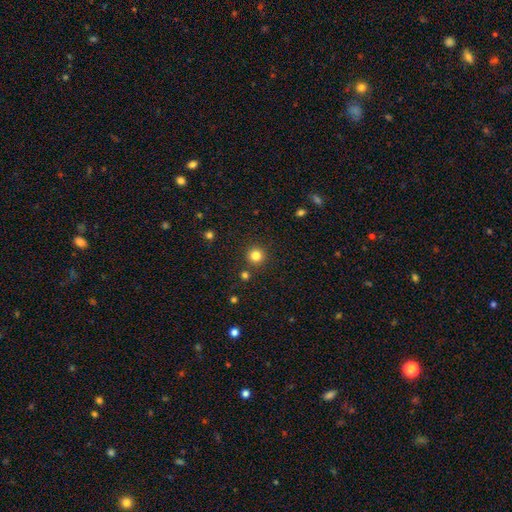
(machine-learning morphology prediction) This appears to be a smooth galaxy with no disk features (82%) that is round (95%). Merging: none (89%).